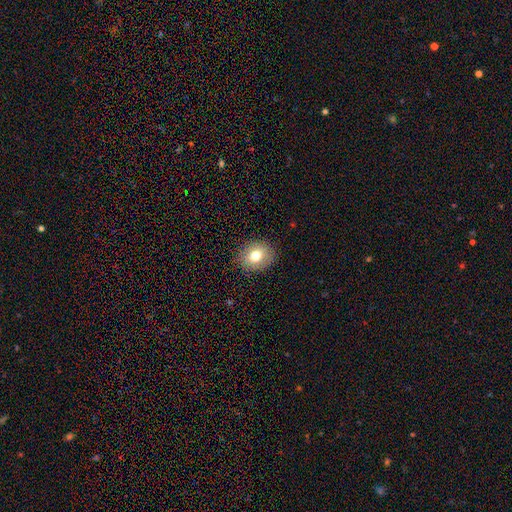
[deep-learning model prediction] Morphology: type=smooth (74%); roundness=round (58%); merging=none (87%).